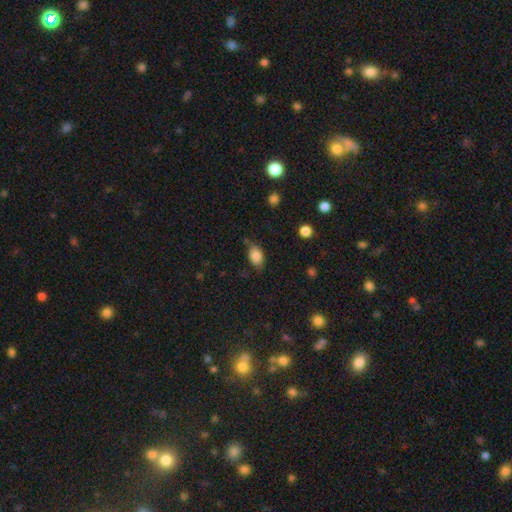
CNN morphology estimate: smooth 85%, star or artifact 9%, featured or disk 7%. Down the decision tree: how rounded — in between (86%); merging — none (69%).